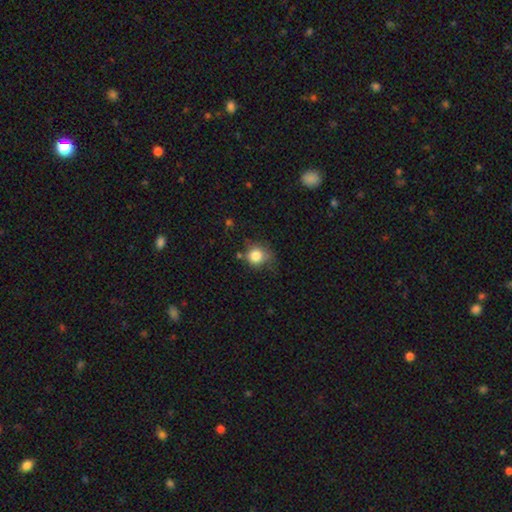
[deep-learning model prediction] Smooth or featured? Predicted: smooth (p=0.83). How rounded? Predicted: round (p=0.87). Merging? Predicted: none (p=0.61).